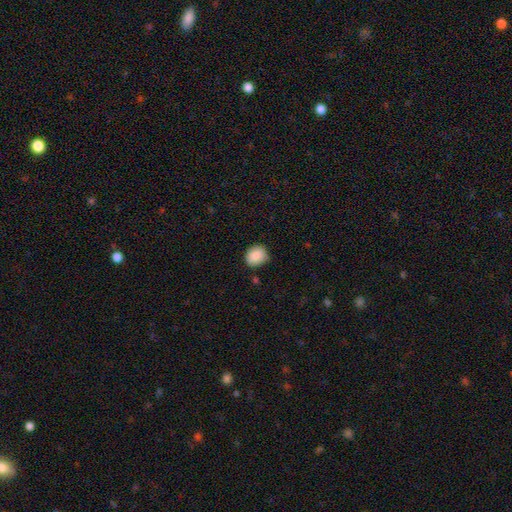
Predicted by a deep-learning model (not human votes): Overall: smooth (88%). How rounded: round (73%). Merging: none (78%).